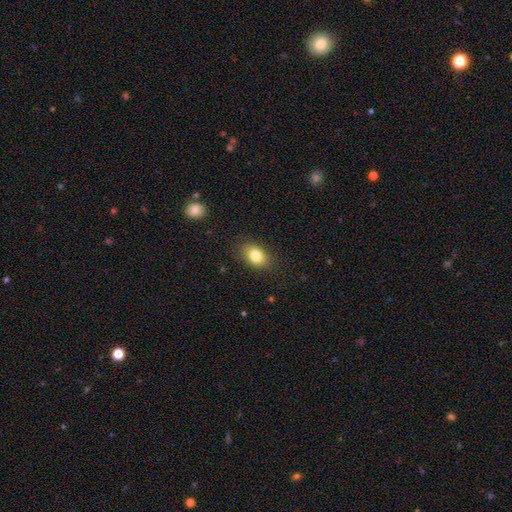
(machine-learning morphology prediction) This is clearly a smooth galaxy (81%). How rounded: likely in between (79%). Merging: clearly none (84%).